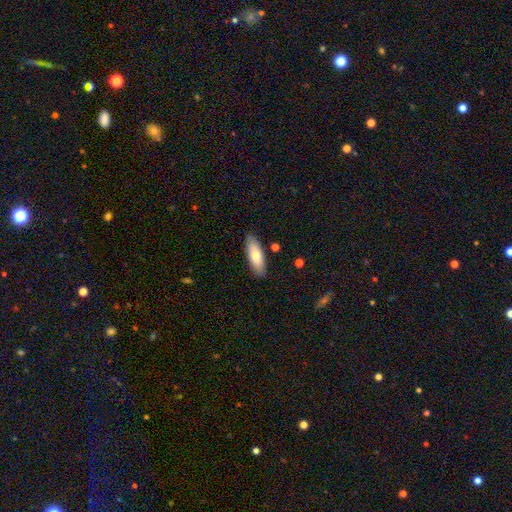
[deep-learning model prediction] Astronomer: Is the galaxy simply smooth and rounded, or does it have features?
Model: smooth — 73%.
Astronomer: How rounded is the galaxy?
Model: in between — 68%.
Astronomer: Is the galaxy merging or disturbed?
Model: none — 86%.